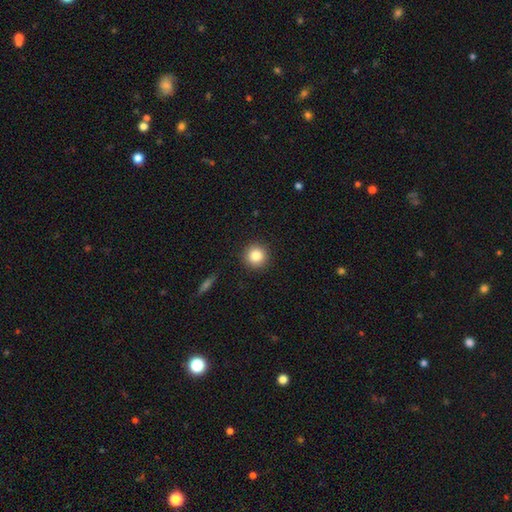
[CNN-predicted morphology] Q: Smooth or featured?
A: smooth (84%); runner-up: star or artifact (10%)
Q: How rounded?
A: round (94%); runner-up: in between (5%)
Q: Merging?
A: none (92%); runner-up: minor disturbance (5%)